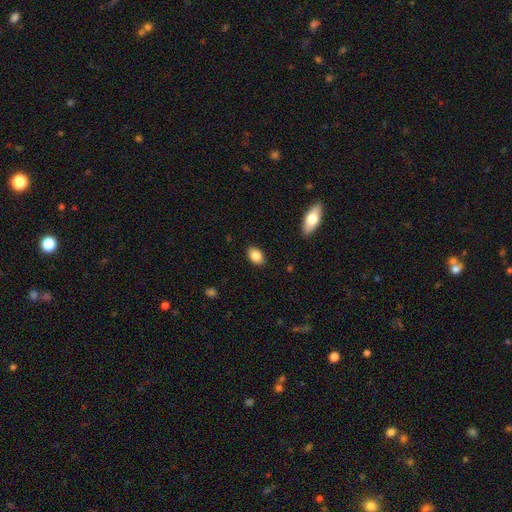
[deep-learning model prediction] Q: Smooth or featured?
A: smooth (86%); runner-up: star or artifact (8%)
Q: How rounded?
A: in between (81%); runner-up: round (18%)
Q: Merging?
A: none (87%); runner-up: minor disturbance (9%)